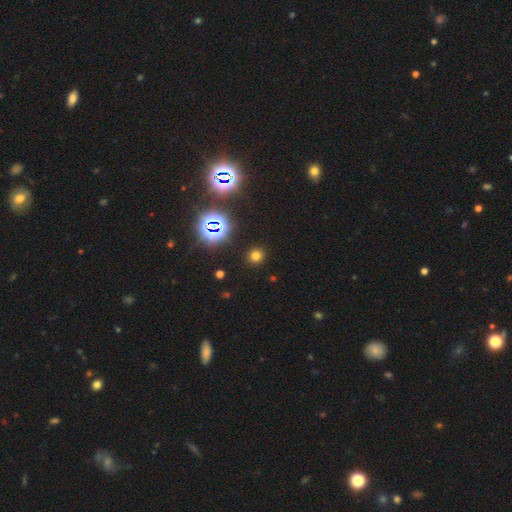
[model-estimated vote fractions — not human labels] Smooth or featured?
  - smooth: 67% *
  - star or artifact: 26%
  - featured or disk: 6%
How rounded?
  - round: 89% *
  - in between: 10%
  - cigar-shaped: 1%
Merging?
  - none: 90% *
  - minor disturbance: 6%
  - major disturbance: 3%
  - merger: 2%